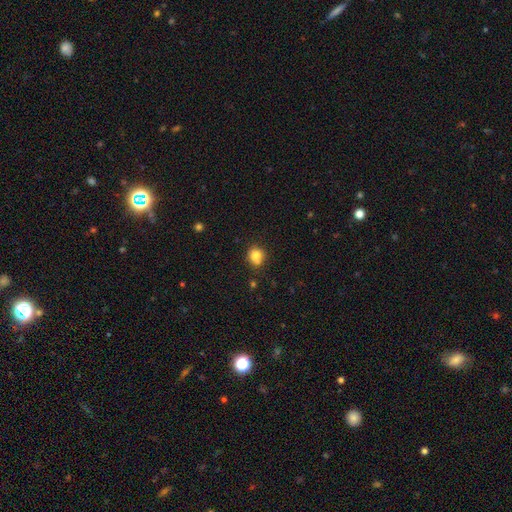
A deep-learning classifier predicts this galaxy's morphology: Smooth or featured: smooth — 80% (star or artifact — 11%)
How rounded: round — 79% (in between — 20%)
Merging: none — 61% (minor disturbance — 18%)